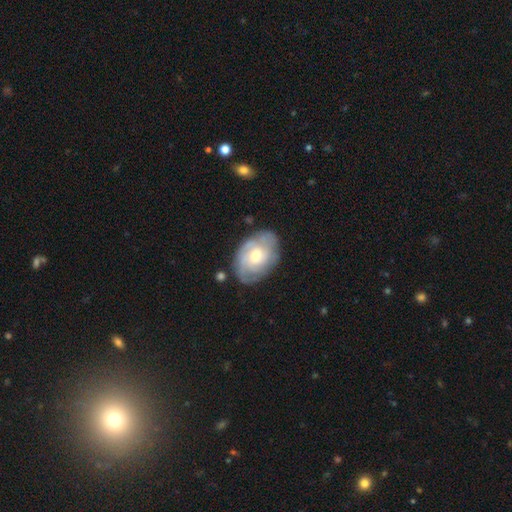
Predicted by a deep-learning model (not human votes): A featured or disk galaxy (64%) with no bar (70%), spiral arms (81%) and a moderate central bulge (56%). Merging: none (71%).